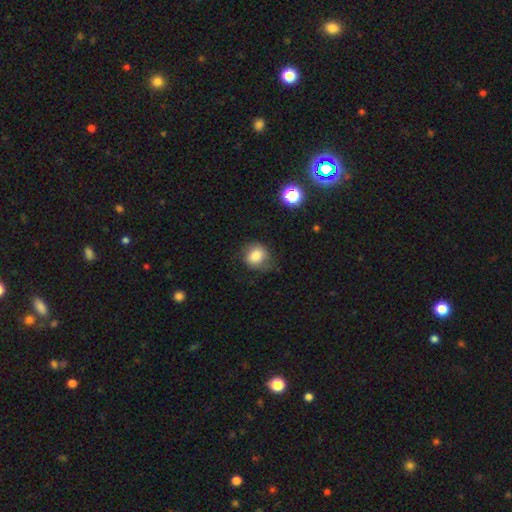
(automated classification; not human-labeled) Overall: smooth (80%). How rounded: round (71%). Merging: none (61%; minor disturbance 26%).